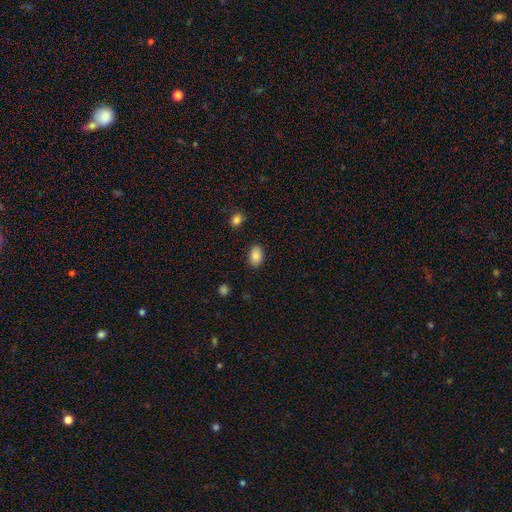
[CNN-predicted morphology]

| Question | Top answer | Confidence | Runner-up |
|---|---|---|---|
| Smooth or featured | smooth | 88% | star or artifact (8%) |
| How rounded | in between | 86% | round (13%) |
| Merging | none | 87% | minor disturbance (9%) |